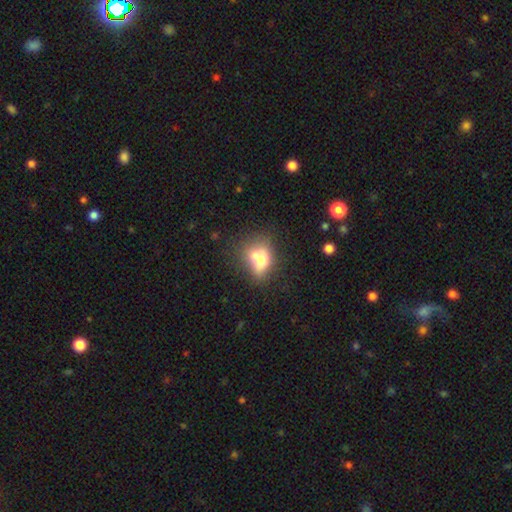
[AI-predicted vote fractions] Morphology: type=smooth (63%); roundness=in between (55%); merging=merger (43%).